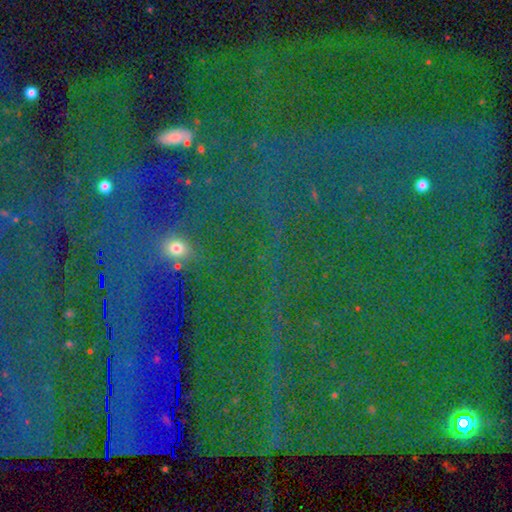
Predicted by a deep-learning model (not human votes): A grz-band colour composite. It shows a star or artifact, not a galaxy (85%).